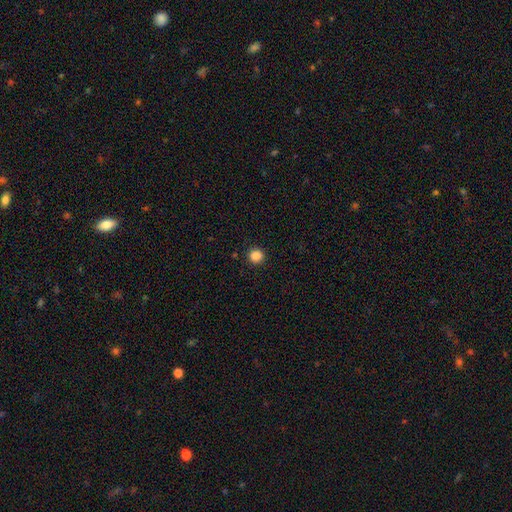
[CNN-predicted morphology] Smooth or featured? Predicted: smooth (p=0.86). How rounded? Predicted: round (p=0.91). Merging? Predicted: none (p=0.91).